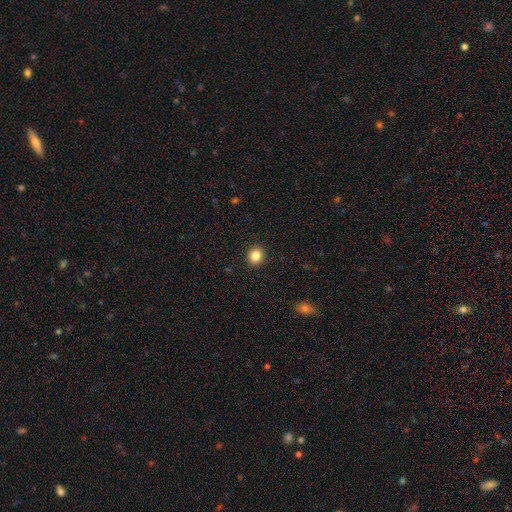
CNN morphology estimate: Overall: smooth (85%). How rounded: round (81%). Merging: none (92%).